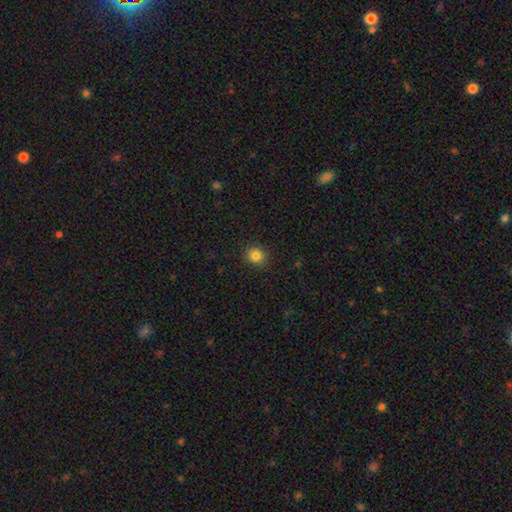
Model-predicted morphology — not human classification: smooth-or-featured: smooth: 84% | star or artifact: 12% | featured or disk: 4%
  how-rounded: round: 88% | in between: 11% | cigar-shaped: 1%
  merging: none: 90% | minor disturbance: 7% | major disturbance: 2% | merger: 1%